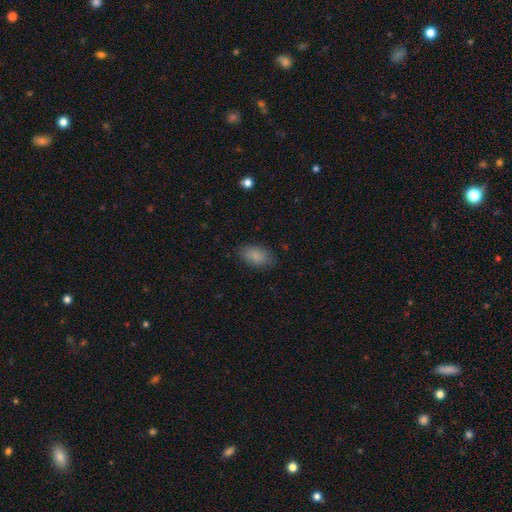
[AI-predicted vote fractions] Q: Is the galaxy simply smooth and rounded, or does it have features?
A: smooth — 86%.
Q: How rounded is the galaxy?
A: in between — 91%.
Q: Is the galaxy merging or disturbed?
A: none — 81%.